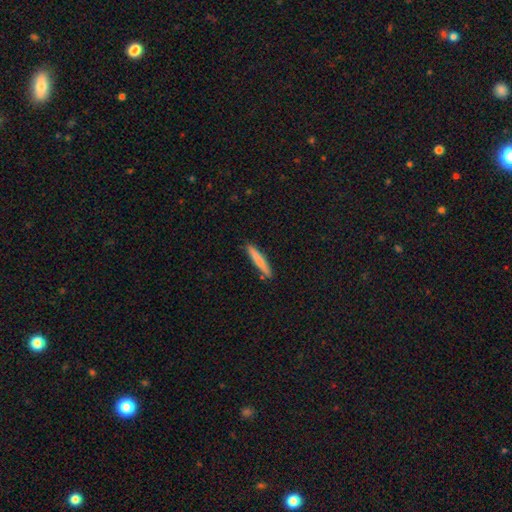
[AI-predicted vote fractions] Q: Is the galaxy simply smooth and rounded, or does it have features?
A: smooth — 74%.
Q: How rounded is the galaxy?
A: cigar-shaped — 95%.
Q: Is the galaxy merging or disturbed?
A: none — 89%.